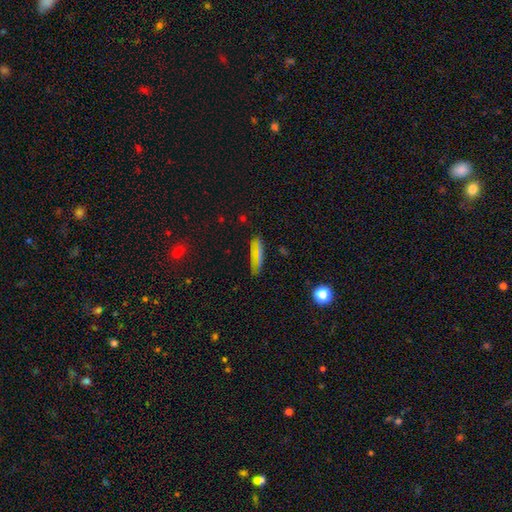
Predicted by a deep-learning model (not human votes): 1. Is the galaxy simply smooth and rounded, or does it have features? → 66% smooth, 21% star or artifact, 13% featured or disk.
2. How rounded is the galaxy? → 58% in between, 36% cigar-shaped, 6% round.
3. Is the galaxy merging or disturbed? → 82% none, 13% minor disturbance, 3% major disturbance, 2% merger.